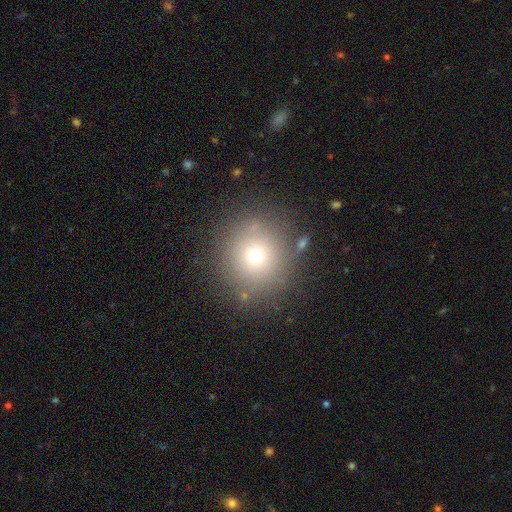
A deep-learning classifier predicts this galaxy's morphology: The model was most divided on "smooth or featured": smooth: 68%, star or artifact: 19%, featured or disk: 13%. More confident: how rounded — round (93%); merging — none (84%).